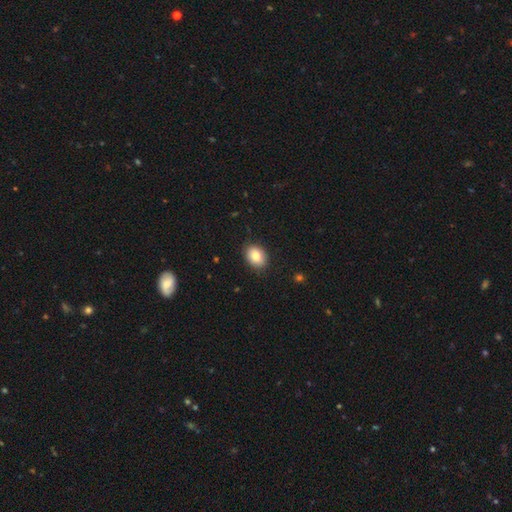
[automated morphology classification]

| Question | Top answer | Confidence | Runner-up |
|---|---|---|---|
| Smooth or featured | smooth | 83% | featured or disk (9%) |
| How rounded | in between | 72% | round (27%) |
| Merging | none | 87% | minor disturbance (10%) |